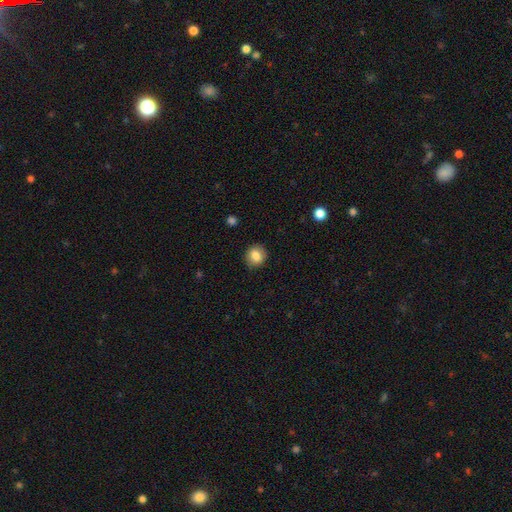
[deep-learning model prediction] This is clearly a smooth galaxy (82%). How rounded: likely round (77%). Merging: clearly none (87%).